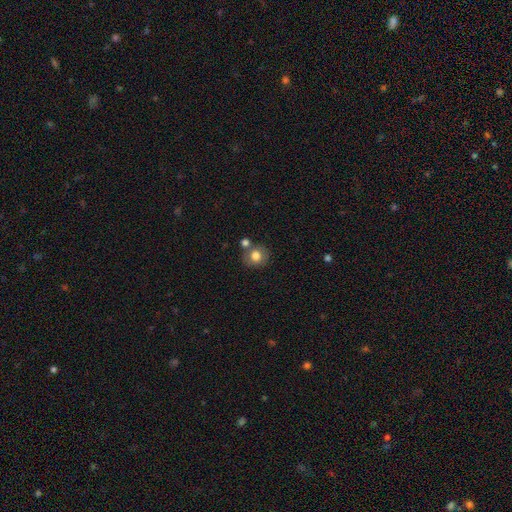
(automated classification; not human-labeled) This is likely a smooth galaxy (79%). How rounded: clearly round (82%). Merging: likely none (69%).